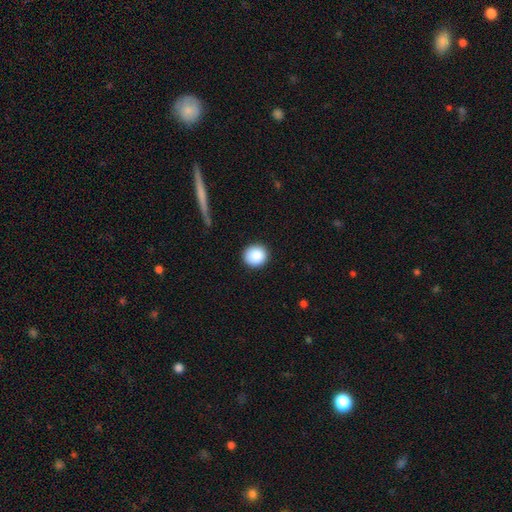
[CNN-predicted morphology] Q: Smooth or featured?
A: smooth (89%); runner-up: star or artifact (8%)
Q: How rounded?
A: round (91%); runner-up: in between (8%)
Q: Merging?
A: none (91%); runner-up: minor disturbance (6%)